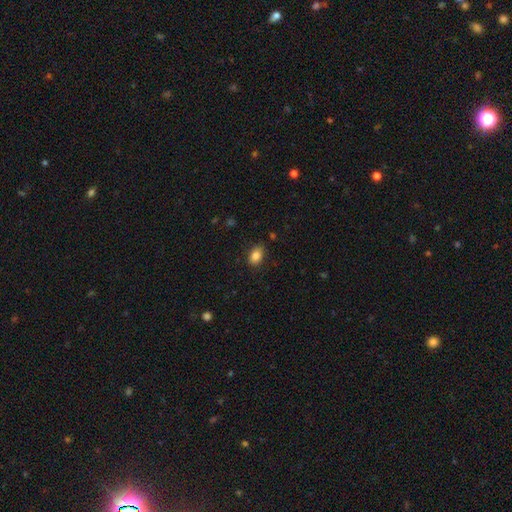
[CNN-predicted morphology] Q: Smooth or featured?
A: smooth (86%); runner-up: star or artifact (9%)
Q: How rounded?
A: in between (84%); runner-up: round (14%)
Q: Merging?
A: none (83%); runner-up: minor disturbance (13%)